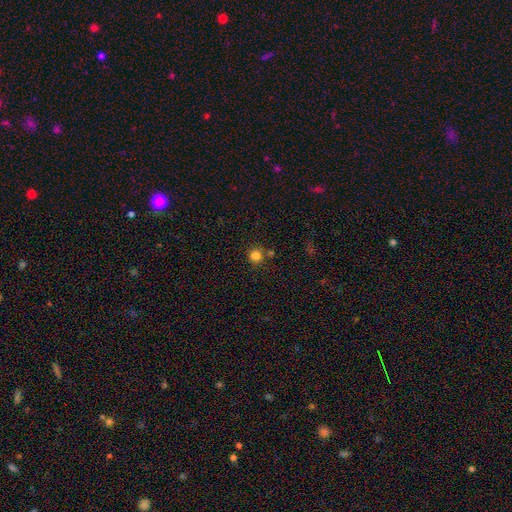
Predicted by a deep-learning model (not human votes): Smooth or featured?
  - smooth: 81% *
  - star or artifact: 14%
  - featured or disk: 4%
How rounded?
  - round: 89% *
  - in between: 10%
  - cigar-shaped: 1%
Merging?
  - none: 72% *
  - merger: 12%
  - minor disturbance: 12%
  - major disturbance: 4%